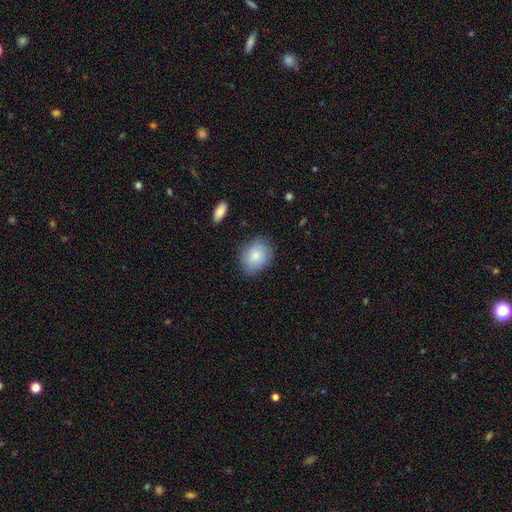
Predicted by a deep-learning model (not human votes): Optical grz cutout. It shows a smooth galaxy with no disk features (82%) that is in between round and cigar-shaped (53%). Merging: none (76%).